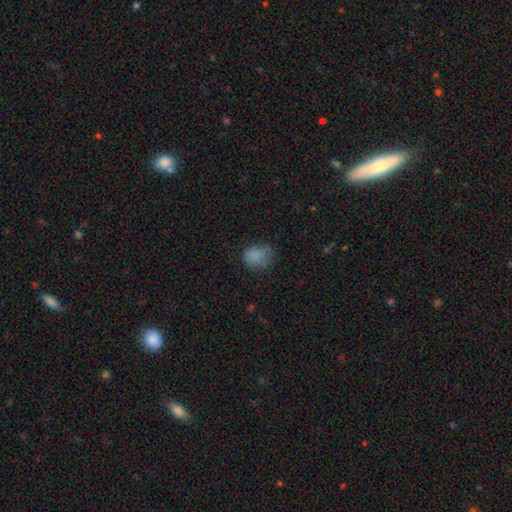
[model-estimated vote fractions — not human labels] smooth 79%, star or artifact 12%, featured or disk 9%. Down the decision tree: how rounded — round (57%); merging — none (58%).